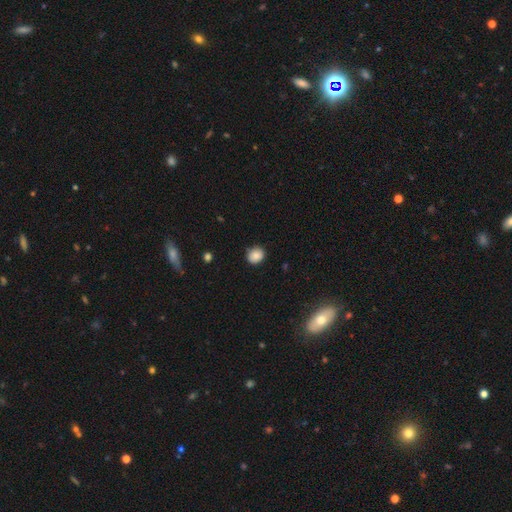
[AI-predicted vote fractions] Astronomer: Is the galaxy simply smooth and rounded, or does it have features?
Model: smooth — 86%.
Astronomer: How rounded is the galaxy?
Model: round — 71%.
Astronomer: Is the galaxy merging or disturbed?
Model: none — 83%.